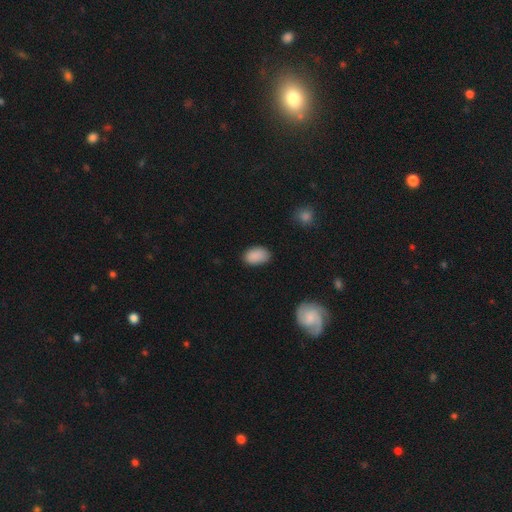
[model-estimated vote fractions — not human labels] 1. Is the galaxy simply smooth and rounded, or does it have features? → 89% smooth, 7% star or artifact, 3% featured or disk.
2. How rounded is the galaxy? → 91% in between, 8% round, 1% cigar-shaped.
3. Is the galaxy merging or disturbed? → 82% none, 13% minor disturbance, 3% major disturbance, 1% merger.